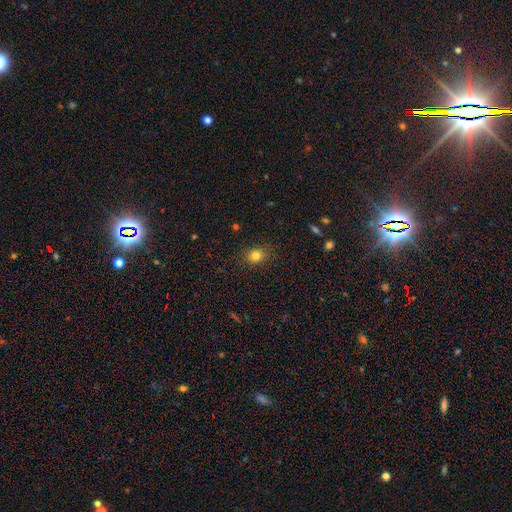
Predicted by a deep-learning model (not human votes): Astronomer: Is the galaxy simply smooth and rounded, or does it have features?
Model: smooth — 81%.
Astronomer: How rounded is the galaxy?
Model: round — 66%.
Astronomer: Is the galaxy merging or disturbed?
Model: none — 87%.